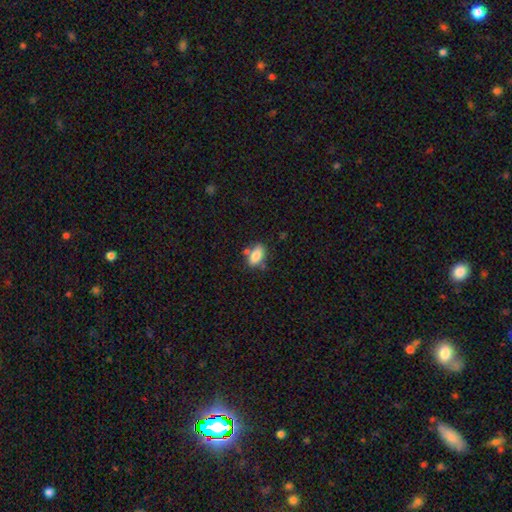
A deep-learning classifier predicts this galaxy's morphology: Smooth or featured?
  - smooth: 83% *
  - featured or disk: 9%
  - star or artifact: 8%
How rounded?
  - in between: 87% *
  - round: 7%
  - cigar-shaped: 6%
Merging?
  - none: 63% *
  - minor disturbance: 18%
  - merger: 14%
  - major disturbance: 4%